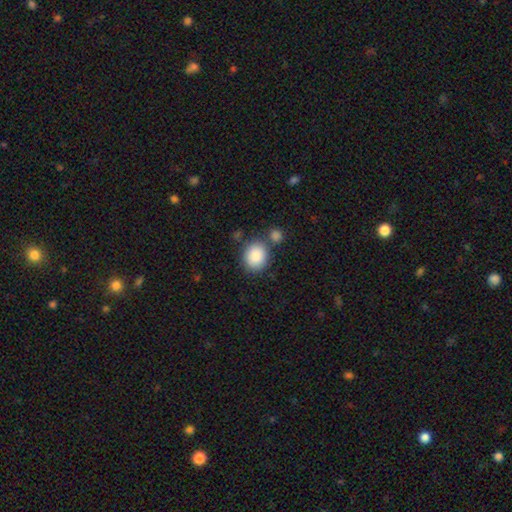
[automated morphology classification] smooth_or_featured: smooth (p=0.86) [alt: star or artifact p=0.07]
how_rounded: round (p=0.63) [alt: in between p=0.36]
merging: none (p=0.68) [alt: merger p=0.15]